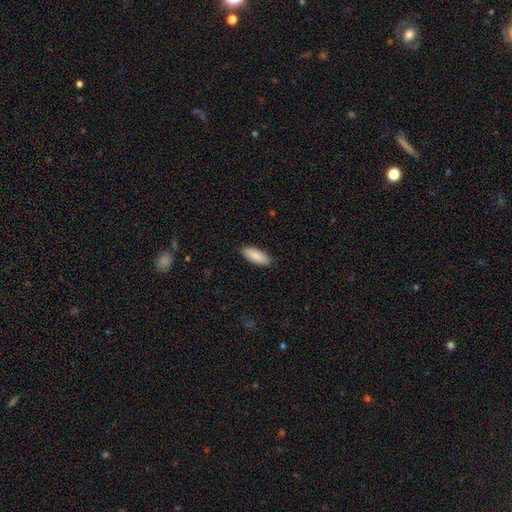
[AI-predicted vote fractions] A smooth galaxy with no disk features (89%) that is in between round and cigar-shaped (76%). Merging: none (89%).